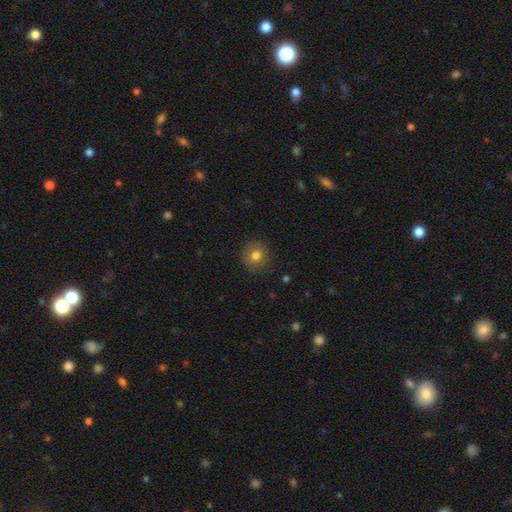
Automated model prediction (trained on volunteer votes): smooth 76%, featured or disk 13%, star or artifact 11%. Down the decision tree: how rounded — round (89%); merging — none (87%).